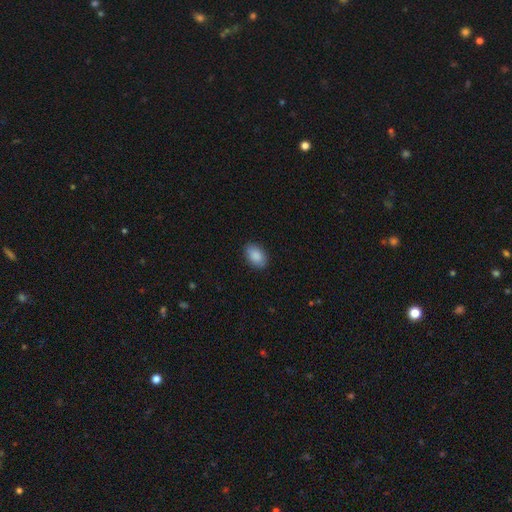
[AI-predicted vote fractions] smooth-or-featured: smooth: 89% | star or artifact: 6% | featured or disk: 4%
  how-rounded: in between: 91% | round: 8% | cigar-shaped: 1%
  merging: none: 89% | minor disturbance: 8% | major disturbance: 2% | merger: 1%